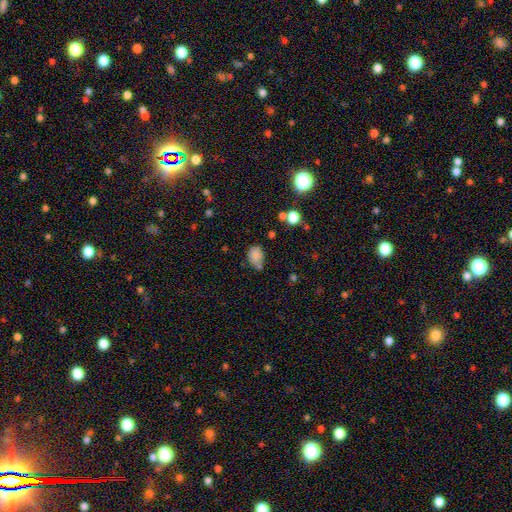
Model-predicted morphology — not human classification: Smooth or featured? smooth (81%)
How rounded? in between (60%)
Merging? none (52%)